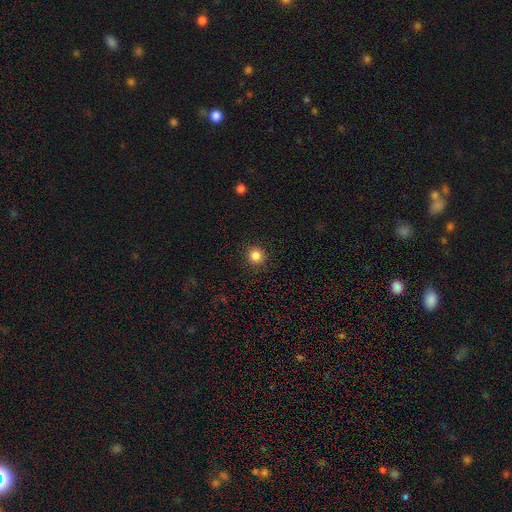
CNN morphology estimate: The model was most divided on "smooth or featured": smooth: 84%, star or artifact: 12%, featured or disk: 4%. More confident: how rounded — round (93%); merging — none (92%).